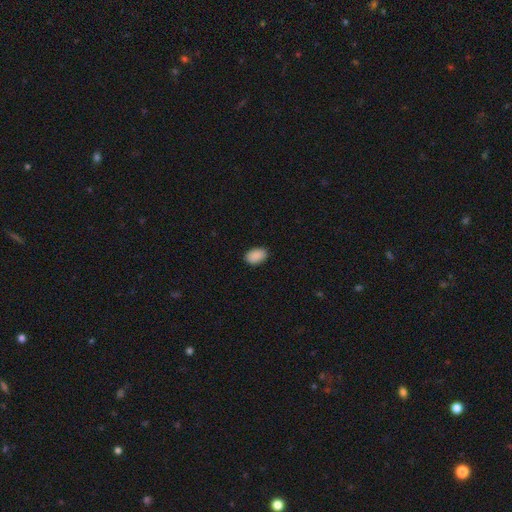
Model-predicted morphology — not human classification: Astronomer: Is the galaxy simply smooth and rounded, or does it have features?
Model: smooth — 90%.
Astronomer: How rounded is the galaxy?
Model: in between — 89%.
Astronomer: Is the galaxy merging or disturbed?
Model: none — 87%.